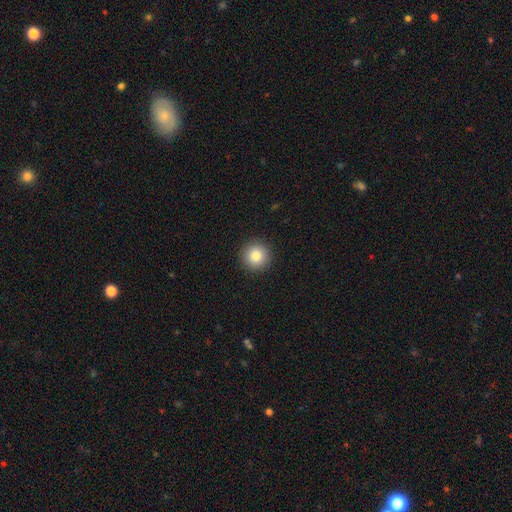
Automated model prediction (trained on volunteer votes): The model was most divided on "smooth or featured": smooth: 84%, star or artifact: 10%, featured or disk: 6%. More confident: how rounded — round (95%); merging — none (93%).